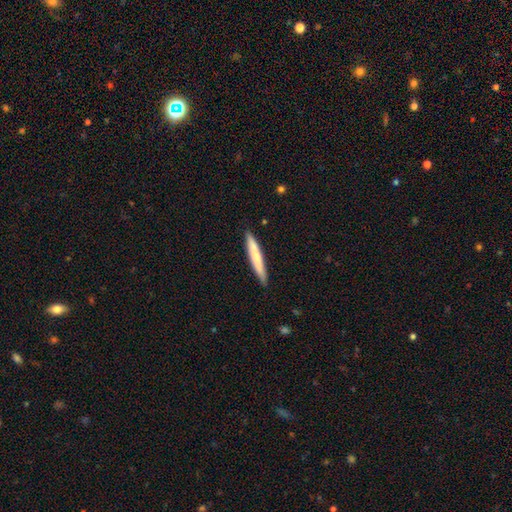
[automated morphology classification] The model was most divided on "smooth or featured": smooth: 71%, featured or disk: 24%, star or artifact: 5%. More confident: how rounded — cigar-shaped (95%); merging — none (90%).